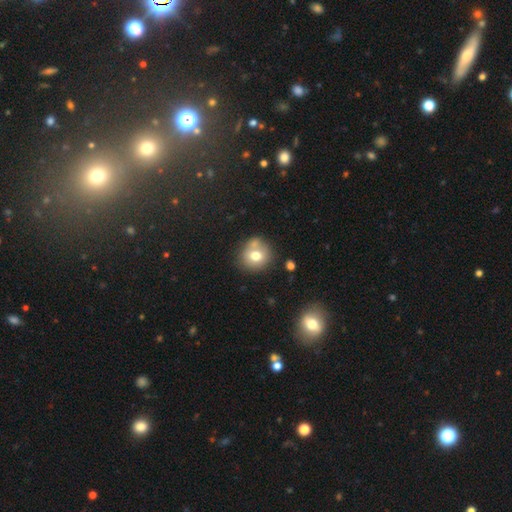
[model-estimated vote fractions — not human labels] smooth_or_featured: smooth (p=0.72) [alt: featured or disk p=0.18]
how_rounded: round (p=0.85) [alt: in between p=0.14]
merging: none (p=0.63) [alt: merger p=0.18]